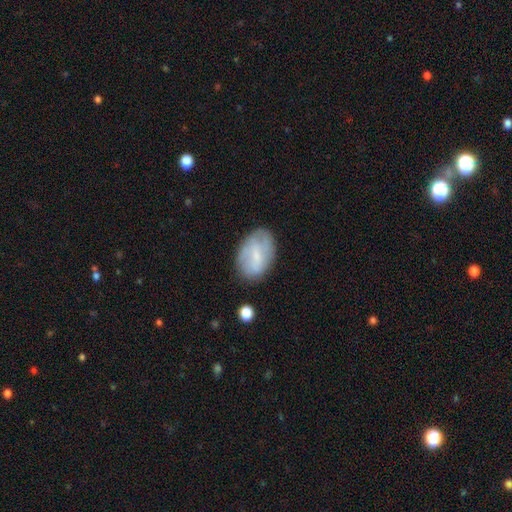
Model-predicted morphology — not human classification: A smooth galaxy with no disk features (52%) that is in between round and cigar-shaped (85%).

Vote fractions:
- Smooth or featured? smooth: 52% / featured or disk: 40% / star or artifact: 8%
- How rounded? in between: 85% / round: 13% / cigar-shaped: 2%
- Merging? none: 72% / minor disturbance: 20% / major disturbance: 6% / merger: 2%